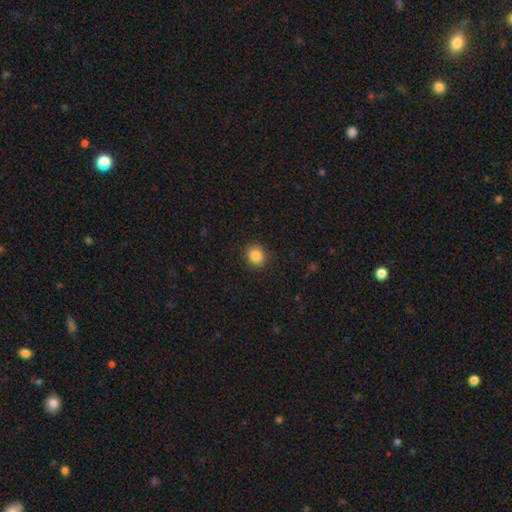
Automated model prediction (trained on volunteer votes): Smooth or featured? smooth (86%)
How rounded? round (83%)
Merging? none (90%)